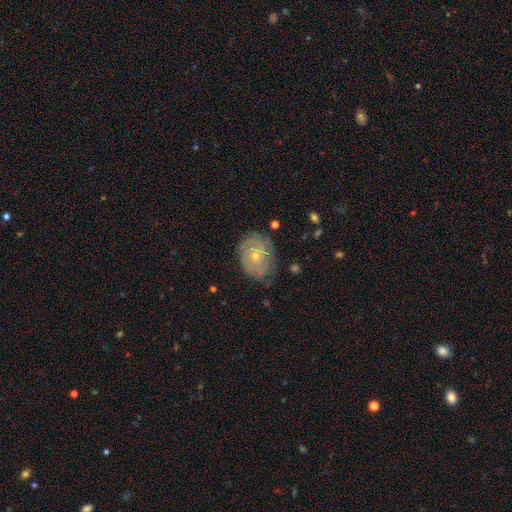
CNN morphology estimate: smooth_or_featured: featured or disk (p=0.68) [alt: smooth p=0.22]
disk_edge_on: no (p=0.96) [alt: yes p=0.04]
bar: no (p=0.83) [alt: weak p=0.15]
has_spiral_arms: yes (p=0.84) [alt: no p=0.16]
spiral_winding: tight (p=0.73) [alt: medium p=0.21]
spiral_arm_count: can't tell (p=0.49) [alt: 2 p=0.21]
bulge_size: small (p=0.63) [alt: moderate p=0.34]
merging: none (p=0.74) [alt: minor disturbance p=0.19]